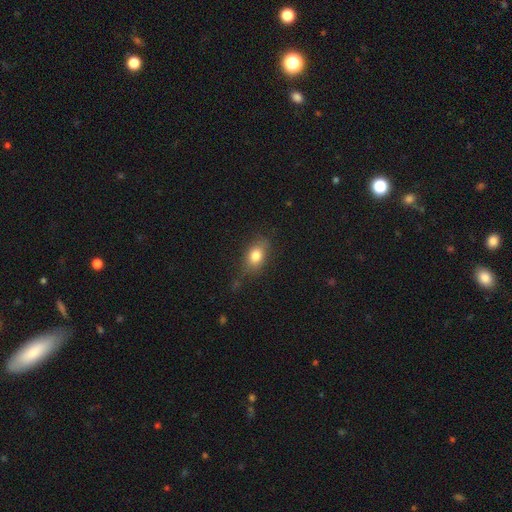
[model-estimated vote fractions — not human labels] Smooth or featured? smooth (80%)
How rounded? in between (76%)
Merging? none (70%)